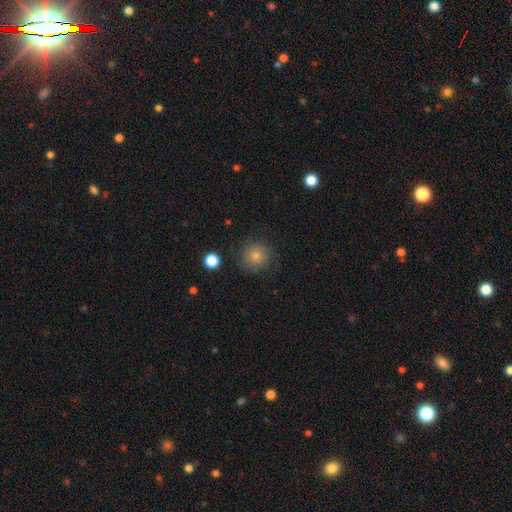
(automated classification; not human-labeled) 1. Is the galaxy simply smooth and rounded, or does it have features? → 63% smooth, 20% featured or disk, 17% star or artifact.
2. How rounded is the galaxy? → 93% round, 6% in between, 1% cigar-shaped.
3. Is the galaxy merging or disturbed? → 84% none, 11% minor disturbance, 4% major disturbance, 1% merger.